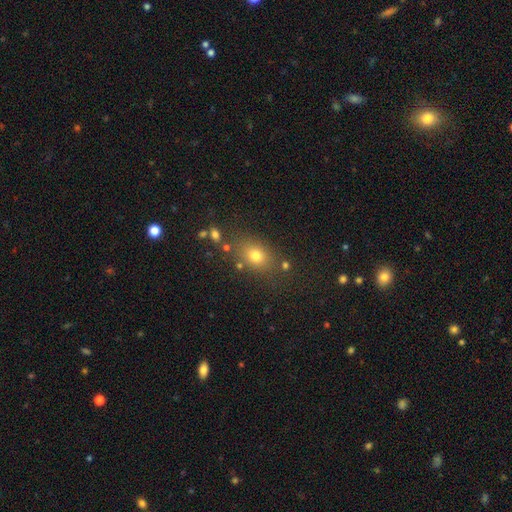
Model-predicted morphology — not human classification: Smooth or featured? smooth (73%)
How rounded? in between (60%)
Merging? none (76%)